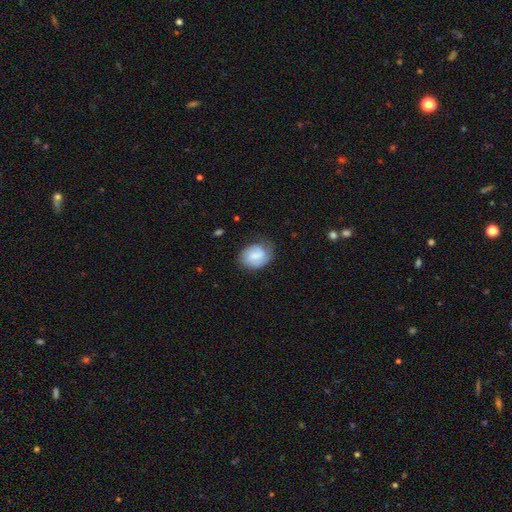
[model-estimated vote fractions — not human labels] Smooth or featured?
  - smooth: 66% *
  - featured or disk: 27%
  - star or artifact: 7%
How rounded?
  - in between: 57% *
  - round: 42%
  - cigar-shaped: 1%
Merging?
  - none: 66% *
  - minor disturbance: 25%
  - major disturbance: 7%
  - merger: 1%